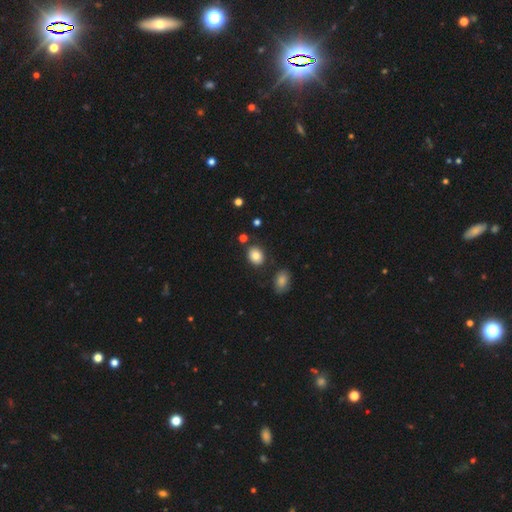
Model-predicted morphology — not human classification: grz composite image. It shows a smooth galaxy with no disk features (83%) that is in between round and cigar-shaped (60%). Merging: none (82%).